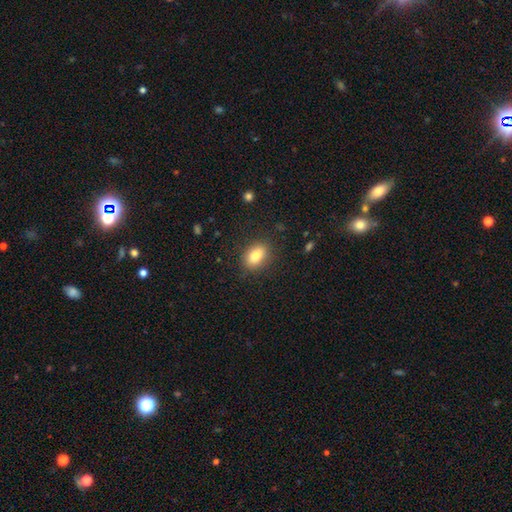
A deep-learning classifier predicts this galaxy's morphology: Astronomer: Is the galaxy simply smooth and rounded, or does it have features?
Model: smooth — 81%.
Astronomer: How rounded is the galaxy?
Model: in between — 78%.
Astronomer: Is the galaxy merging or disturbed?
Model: none — 86%.